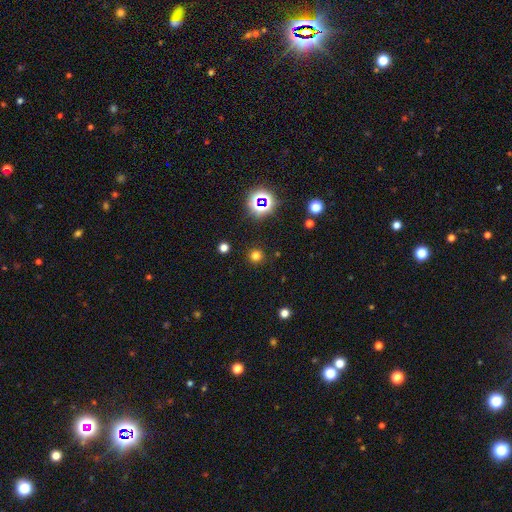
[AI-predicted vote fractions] The model was most divided on "smooth or featured": smooth: 71%, star or artifact: 24%, featured or disk: 5%. More confident: how rounded — round (94%); merging — none (90%).